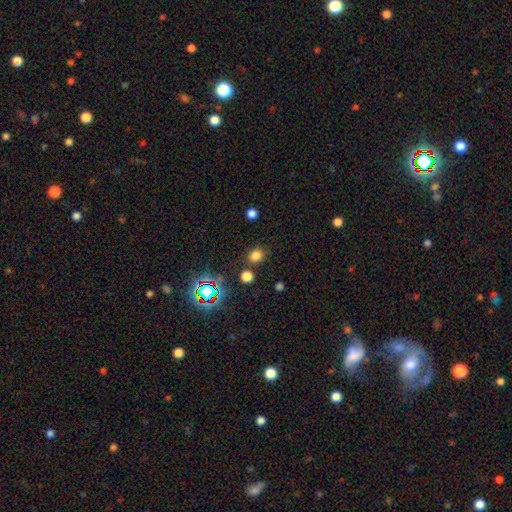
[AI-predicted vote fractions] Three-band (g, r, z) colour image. It shows a smooth galaxy with no disk features (74%) that is round (77%). Merging: none (82%).